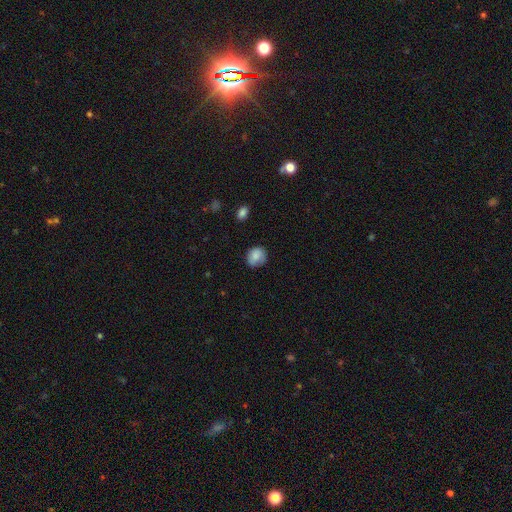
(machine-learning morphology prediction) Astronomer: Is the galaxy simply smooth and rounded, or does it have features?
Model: smooth — 82%.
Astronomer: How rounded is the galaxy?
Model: round — 77%.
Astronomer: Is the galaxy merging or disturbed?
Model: none — 72%.